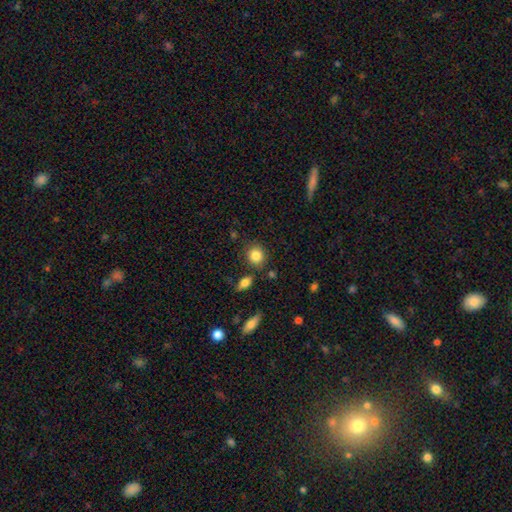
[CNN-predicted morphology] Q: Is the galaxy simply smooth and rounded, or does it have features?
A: smooth — 85%.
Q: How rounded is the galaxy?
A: round — 77%.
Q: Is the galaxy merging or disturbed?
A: none — 81%.